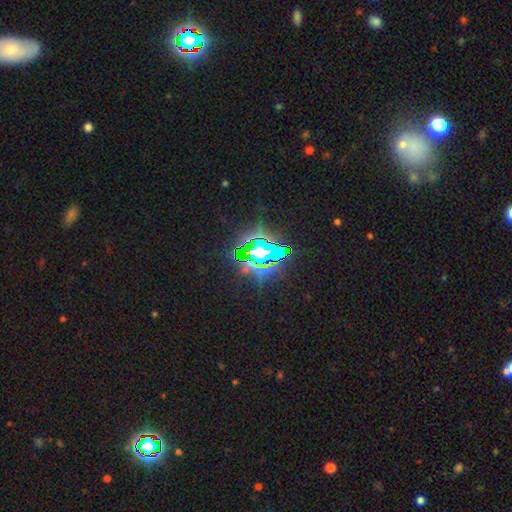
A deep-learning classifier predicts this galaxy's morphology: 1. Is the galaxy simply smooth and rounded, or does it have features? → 81% star or artifact, 10% smooth, 9% featured or disk.